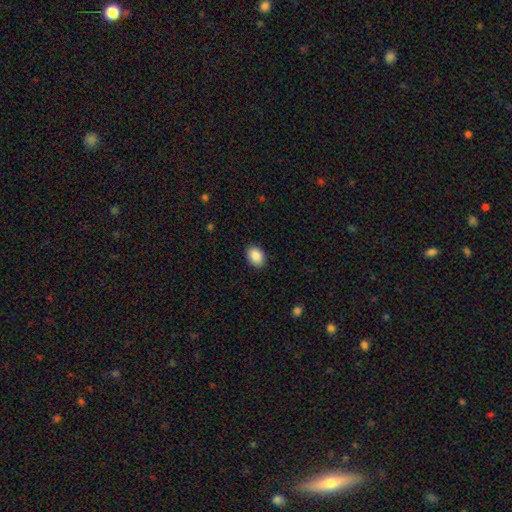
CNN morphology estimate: A smooth galaxy with no disk features (88%) that is in between round and cigar-shaped (72%). Merging: none (89%).